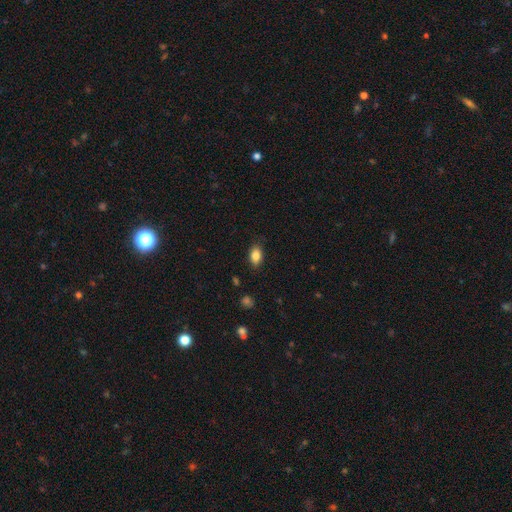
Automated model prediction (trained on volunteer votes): Smooth or featured: smooth — 85% (star or artifact — 9%)
How rounded: in between — 86% (round — 12%)
Merging: none — 85% (minor disturbance — 11%)